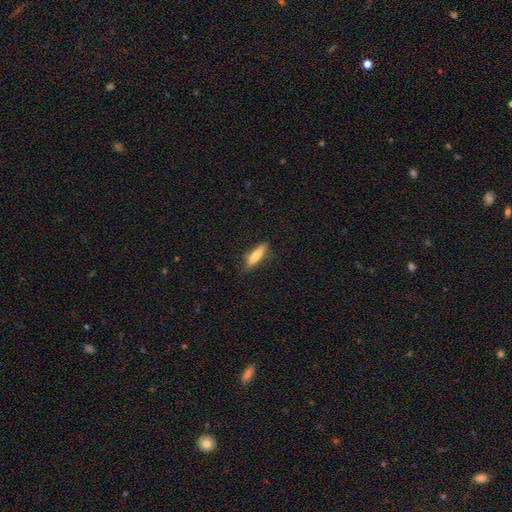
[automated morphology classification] smooth_or_featured: smooth (p=0.63) [alt: featured or disk p=0.31]
how_rounded: cigar-shaped (p=0.73) [alt: in between p=0.25]
merging: none (p=0.81) [alt: minor disturbance p=0.15]